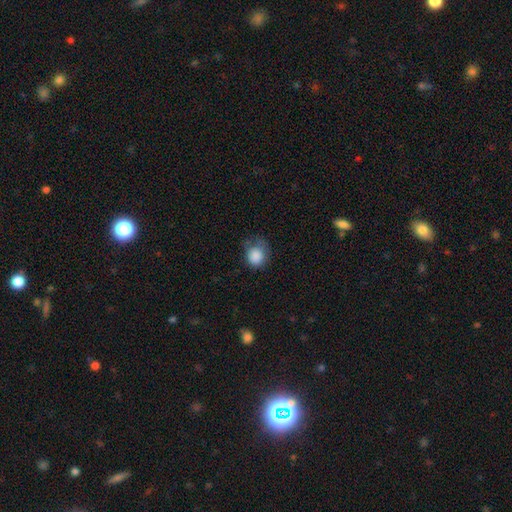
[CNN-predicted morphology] Smooth or featured? smooth (86%)
How rounded? round (74%)
Merging? none (43%)